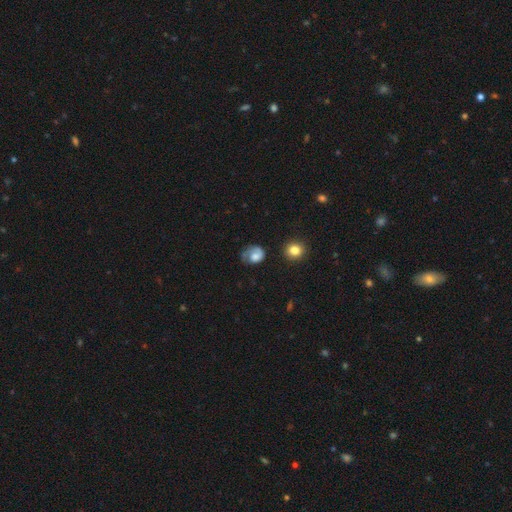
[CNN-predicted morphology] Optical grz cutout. It shows a featured or disk galaxy (47%). Merging: none (44%).